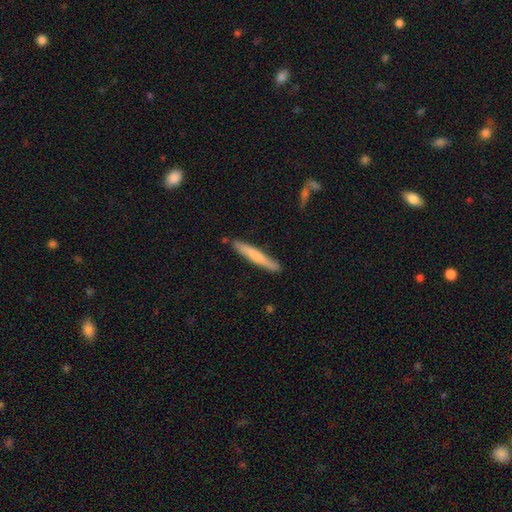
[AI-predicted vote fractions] Smooth or featured? Predicted: smooth (p=0.63). How rounded? Predicted: cigar-shaped (p=0.95). Merging? Predicted: none (p=0.84).